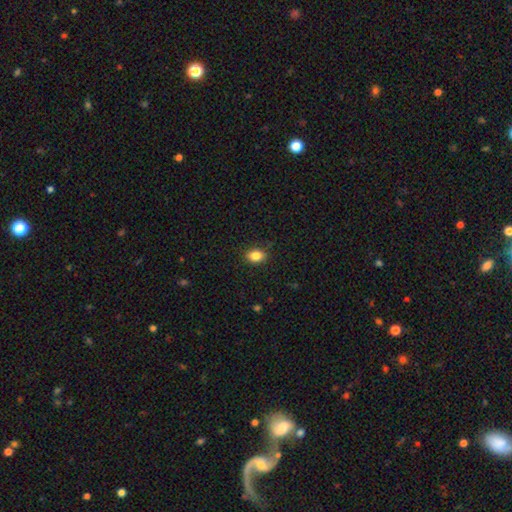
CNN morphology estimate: Smooth or featured? smooth (84%)
How rounded? in between (71%)
Merging? none (87%)